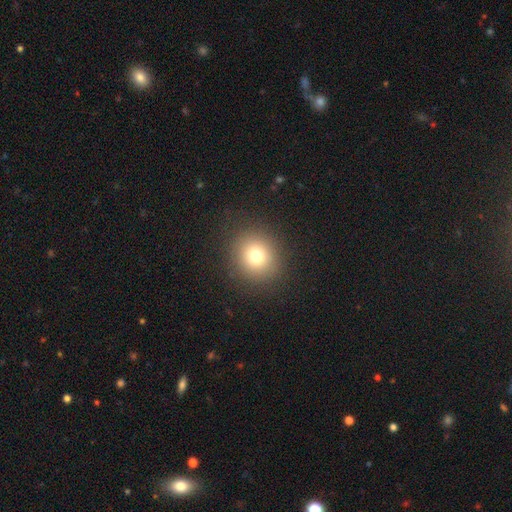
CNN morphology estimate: A smooth galaxy with no disk features (74%) that is round (89%).

Vote fractions:
- Smooth or featured? smooth: 74% / star or artifact: 16% / featured or disk: 10%
- How rounded? round: 89% / in between: 10% / cigar-shaped: 1%
- Merging? none: 89% / minor disturbance: 6% / major disturbance: 4% / merger: 1%